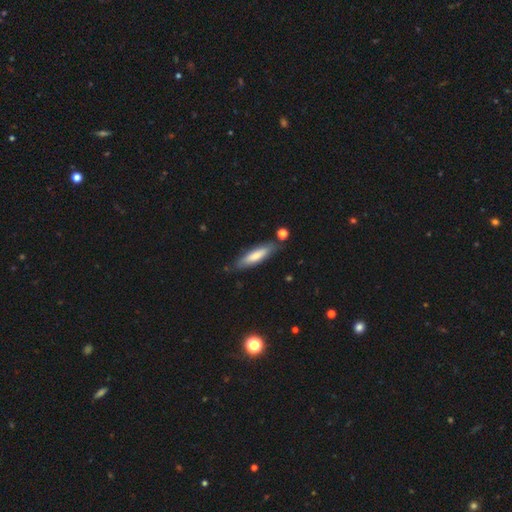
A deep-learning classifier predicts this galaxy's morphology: type=smooth (69%); roundness=cigar-shaped (74%); merging=none (79%).